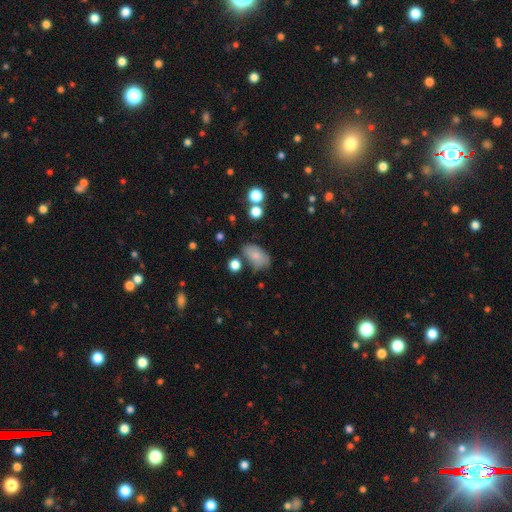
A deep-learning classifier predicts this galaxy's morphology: A smooth galaxy with no disk features (80%) that is in between round and cigar-shaped (91%).

Vote fractions:
- Smooth or featured? smooth: 80% / featured or disk: 11% / star or artifact: 9%
- How rounded? in between: 91% / round: 7% / cigar-shaped: 2%
- Merging? none: 59% / minor disturbance: 25% / major disturbance: 8% / merger: 7%